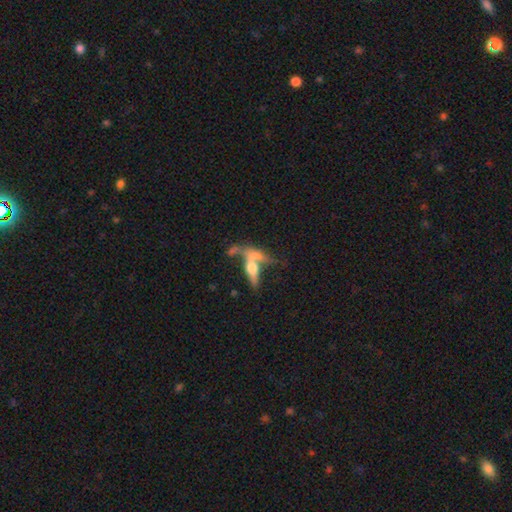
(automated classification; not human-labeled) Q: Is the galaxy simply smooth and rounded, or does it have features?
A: featured or disk — 52%.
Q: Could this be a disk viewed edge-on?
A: yes — 72%.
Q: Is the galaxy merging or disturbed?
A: merger — 51%.